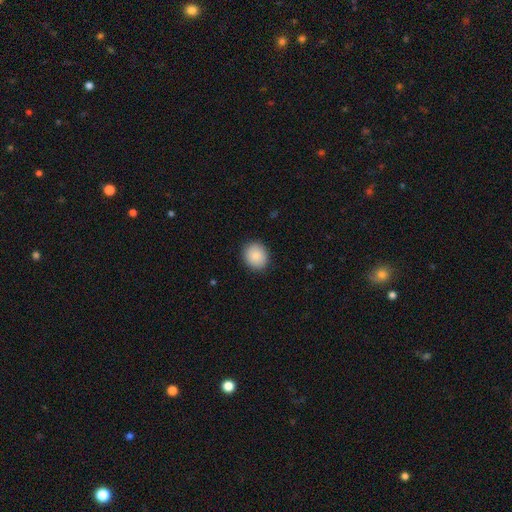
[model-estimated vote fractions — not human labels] Morphology: type=smooth (88%); roundness=round (73%); merging=none (89%).